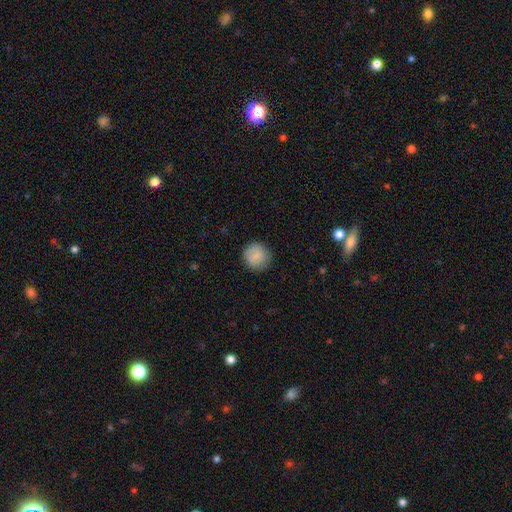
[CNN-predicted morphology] Smooth or featured? Predicted: smooth (p=0.83). How rounded? Predicted: round (p=0.92). Merging? Predicted: none (p=0.86).